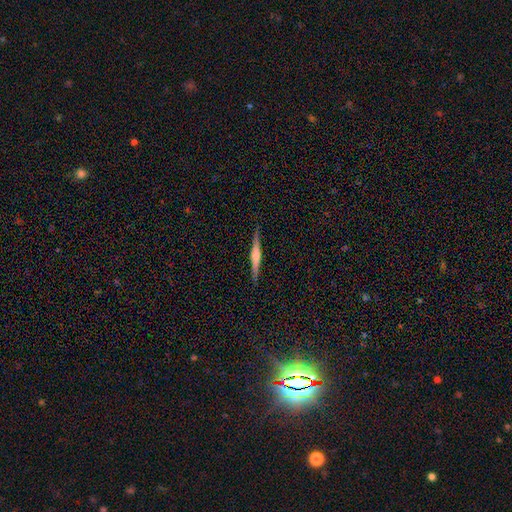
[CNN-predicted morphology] Smooth or featured? featured or disk (67%)
Edge-on disk? yes (98%)
Edge-on bulge? rounded (59%)
Merging? none (90%)